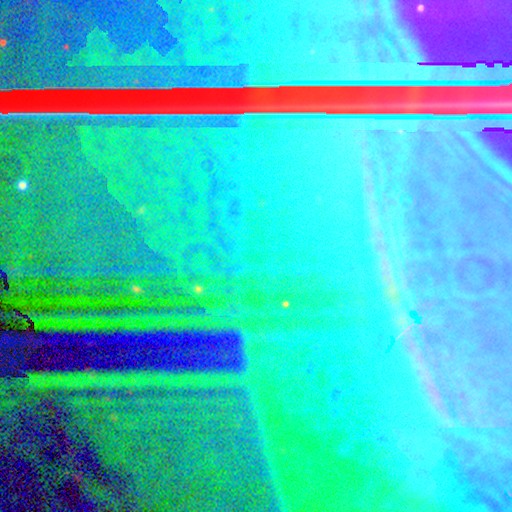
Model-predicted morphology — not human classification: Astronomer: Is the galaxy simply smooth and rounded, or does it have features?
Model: star or artifact — 87%.